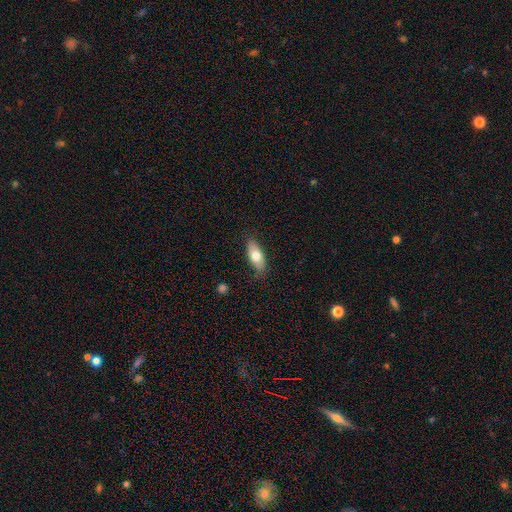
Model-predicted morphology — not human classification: smooth 71%, featured or disk 23%, star or artifact 6%. Down the decision tree: how rounded — in between (82%); merging — none (84%).